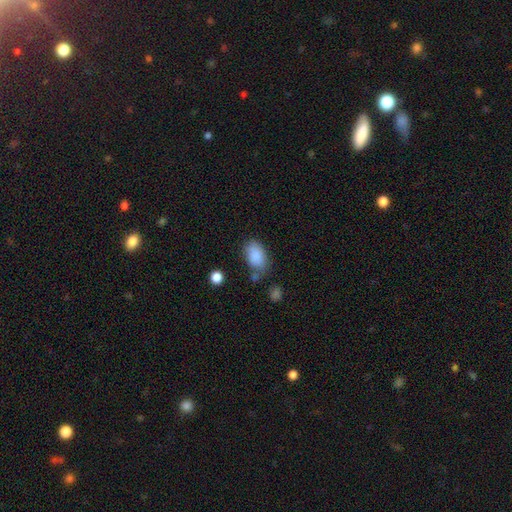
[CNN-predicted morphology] A smooth galaxy with no disk features (87%) that is in between round and cigar-shaped (92%). Merging: none (65%).